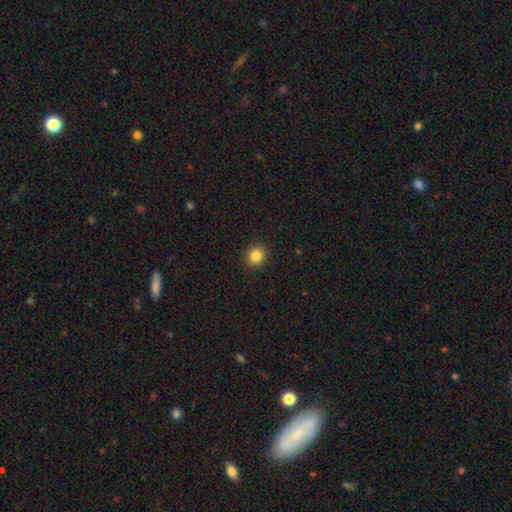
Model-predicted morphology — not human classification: smooth_or_featured: smooth (p=0.85) [alt: star or artifact p=0.11]
how_rounded: round (p=0.87) [alt: in between p=0.13]
merging: none (p=0.92) [alt: minor disturbance p=0.05]